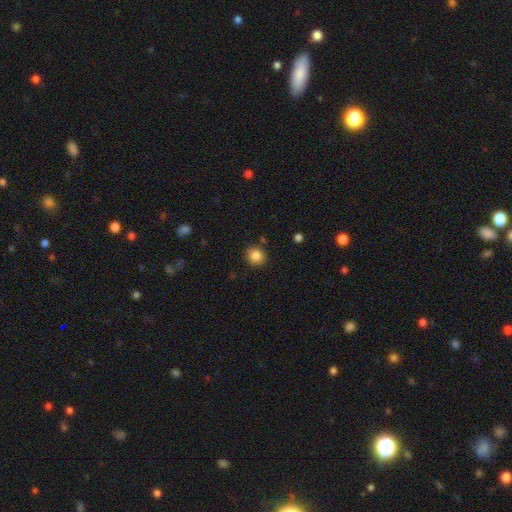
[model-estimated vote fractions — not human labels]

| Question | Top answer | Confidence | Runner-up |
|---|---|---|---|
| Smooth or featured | smooth | 85% | star or artifact (10%) |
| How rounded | round | 89% | in between (10%) |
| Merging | none | 88% | minor disturbance (7%) |